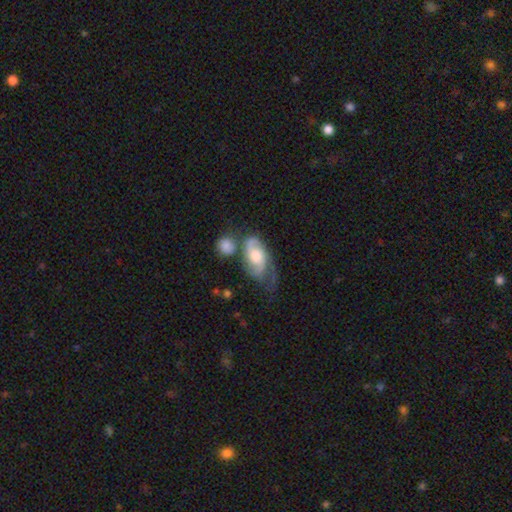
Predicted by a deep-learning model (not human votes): smooth_or_featured: featured or disk (p=0.67) [alt: smooth p=0.27]
disk_edge_on: no (p=0.94) [alt: yes p=0.06]
bar: no (p=0.67) [alt: weak p=0.27]
has_spiral_arms: yes (p=0.89) [alt: no p=0.11]
spiral_winding: medium (p=0.43) [alt: tight p=0.34]
spiral_arm_count: 2 (p=0.66) [alt: can't tell p=0.14]
bulge_size: moderate (p=0.61) [alt: large p=0.21]
merging: none (p=0.33) [alt: major disturbance p=0.23]